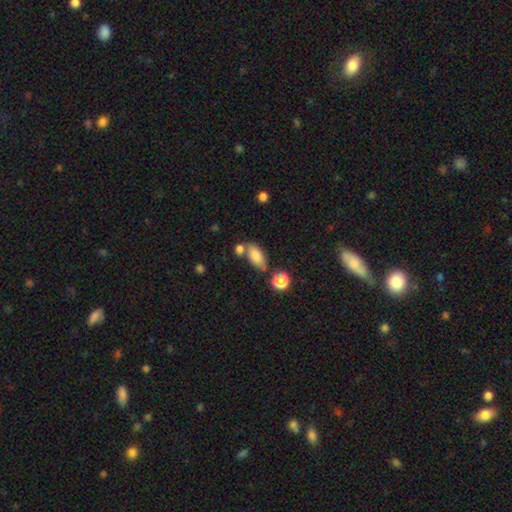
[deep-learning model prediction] This appears to be a smooth galaxy with no disk features (81%) that is in between round and cigar-shaped (88%). Merging: none (56%).